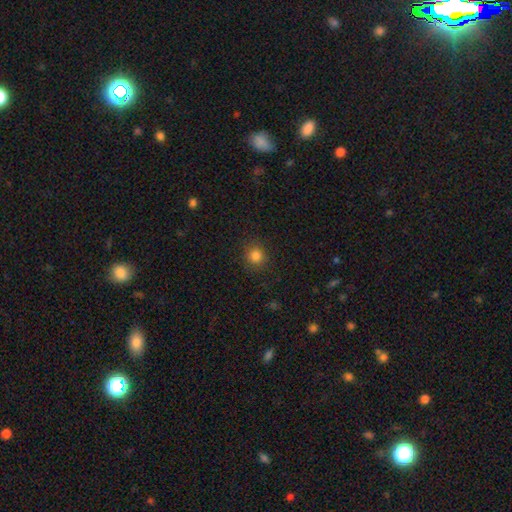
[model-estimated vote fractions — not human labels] A smooth galaxy with no disk features (83%) that is round (90%). Merging: none (89%).